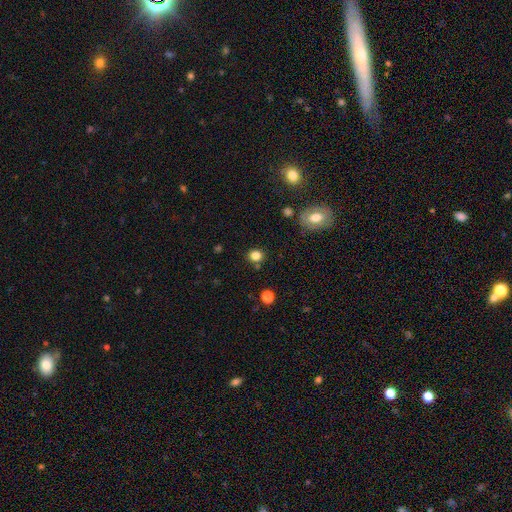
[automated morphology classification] This appears to be a smooth galaxy with no disk features (82%) that is round (78%). Merging: none (81%).